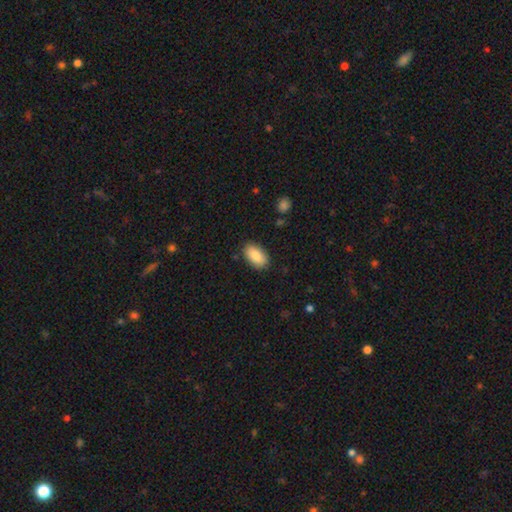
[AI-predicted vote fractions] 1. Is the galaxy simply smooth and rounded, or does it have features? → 85% smooth, 8% featured or disk, 7% star or artifact.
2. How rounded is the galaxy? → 93% in between, 4% round, 2% cigar-shaped.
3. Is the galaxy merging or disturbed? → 86% none, 10% minor disturbance, 2% major disturbance, 1% merger.